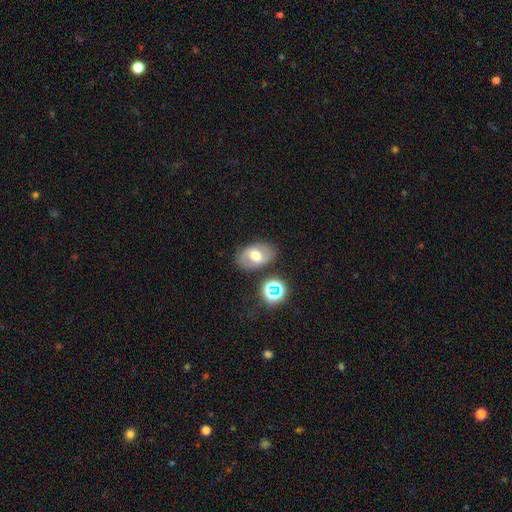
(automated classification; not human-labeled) Smooth or featured? Predicted: smooth (p=0.54). How rounded? Predicted: in between (p=0.84). Merging? Predicted: none (p=0.78).